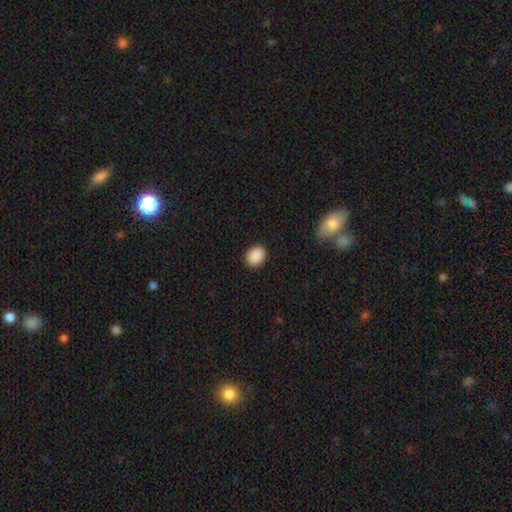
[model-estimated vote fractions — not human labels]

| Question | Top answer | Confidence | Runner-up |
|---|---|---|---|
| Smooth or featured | smooth | 90% | star or artifact (8%) |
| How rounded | round | 50% | in between (49%) |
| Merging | none | 90% | minor disturbance (7%) |